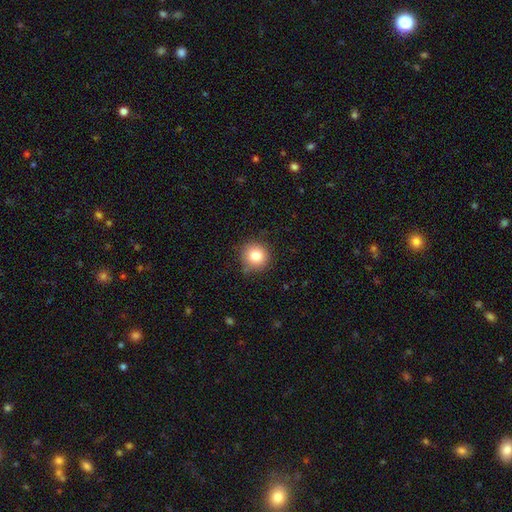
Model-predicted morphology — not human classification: type=smooth (81%); roundness=round (93%); merging=none (82%).